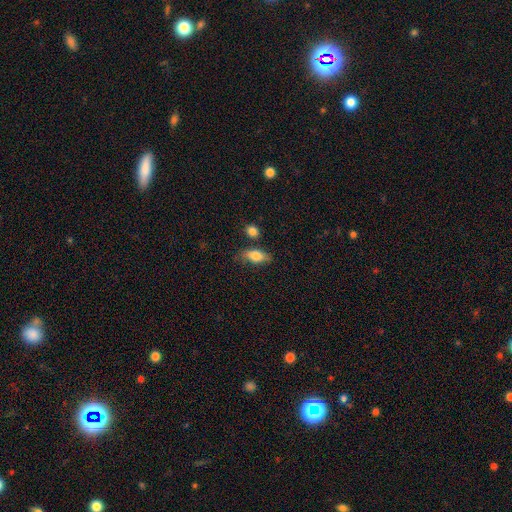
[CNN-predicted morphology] smooth_or_featured: smooth (p=0.75) [alt: featured or disk p=0.18]
how_rounded: in between (p=0.80) [alt: cigar-shaped p=0.14]
merging: none (p=0.72) [alt: minor disturbance p=0.17]